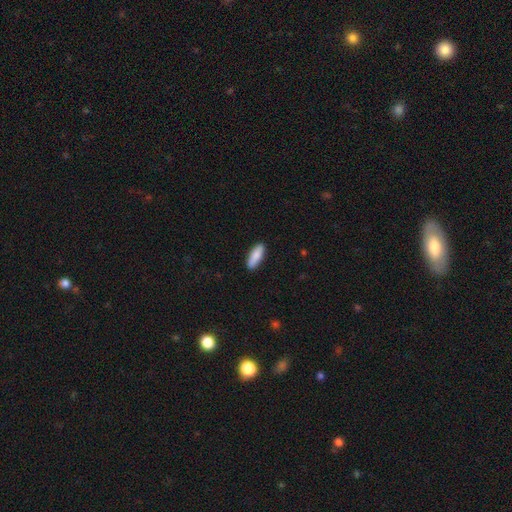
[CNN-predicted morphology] type=smooth (85%); roundness=in between (54%); merging=none (88%).